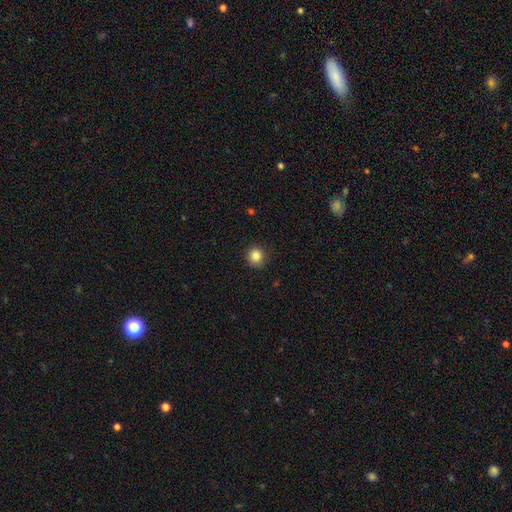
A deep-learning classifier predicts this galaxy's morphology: Smooth or featured? smooth (85%)
How rounded? round (93%)
Merging? none (90%)